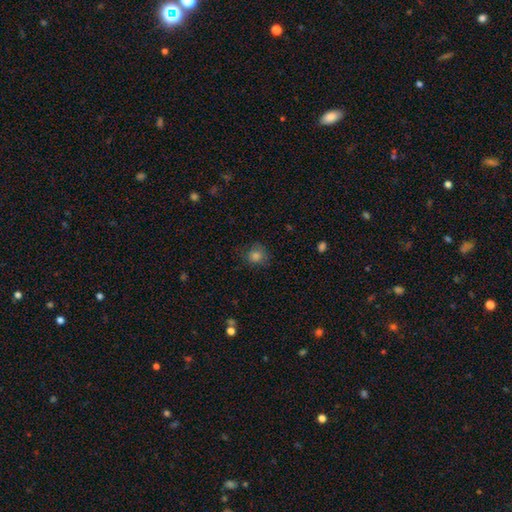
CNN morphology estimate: smooth_or_featured: smooth (p=0.79) [alt: star or artifact p=0.14]
how_rounded: round (p=0.83) [alt: in between p=0.16]
merging: none (p=0.75) [alt: minor disturbance p=0.18]